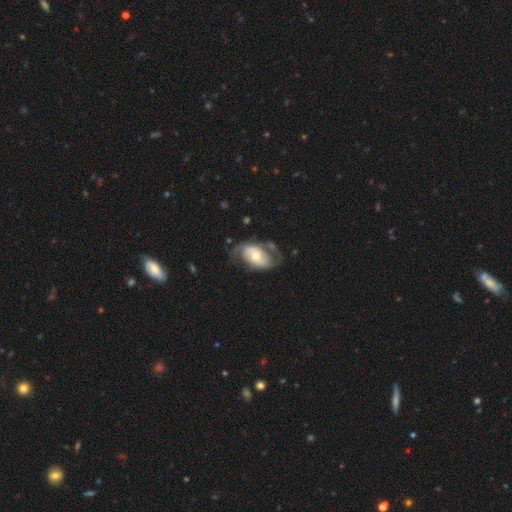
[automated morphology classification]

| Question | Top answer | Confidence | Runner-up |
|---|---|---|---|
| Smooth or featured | featured or disk | 71% | smooth (23%) |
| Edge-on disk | no | 95% | yes (5%) |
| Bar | no | 69% | weak (23%) |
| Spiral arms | yes | 75% | no (25%) |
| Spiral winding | medium | 39% | tight (32%) |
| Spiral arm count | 2 | 77% | can't tell (14%) |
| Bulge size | moderate | 67% | small (25%) |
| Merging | none | 55% | minor disturbance (23%) |